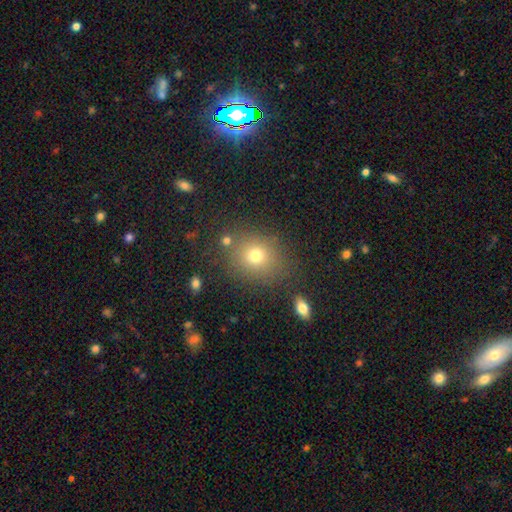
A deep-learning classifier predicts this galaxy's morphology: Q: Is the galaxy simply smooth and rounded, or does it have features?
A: smooth — 72%.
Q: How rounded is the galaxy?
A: round — 74%.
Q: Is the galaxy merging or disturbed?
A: none — 79%.